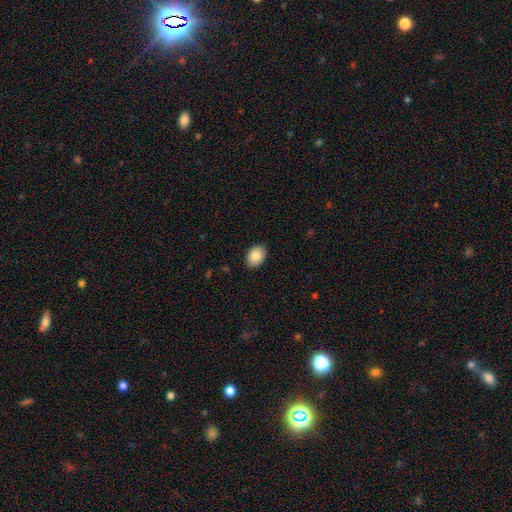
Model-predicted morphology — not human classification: A smooth galaxy with no disk features (86%) that is in between round and cigar-shaped (77%). Merging: none (88%).